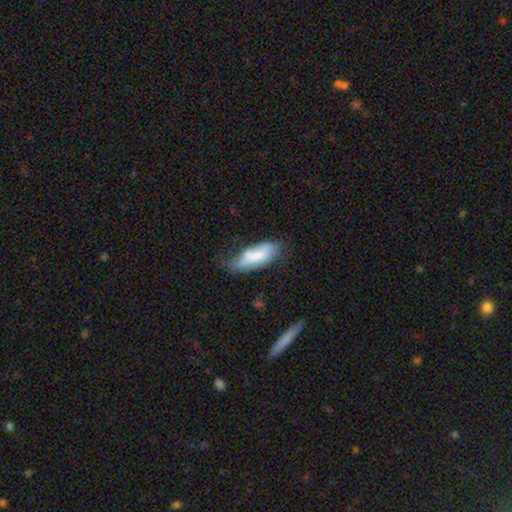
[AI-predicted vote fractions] Smooth or featured? Predicted: smooth (p=0.64). How rounded? Predicted: in between (p=0.76). Merging? Predicted: minor disturbance (p=0.36).